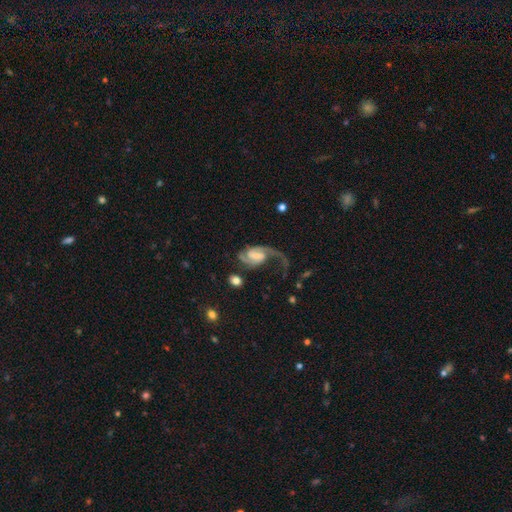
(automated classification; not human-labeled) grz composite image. It shows a featured or disk galaxy (85%) with a weak bar (50%), 2 (61%) loose (43%) spiral arms (96%) and a small central bulge (40%). Merging: major disturbance (47%).